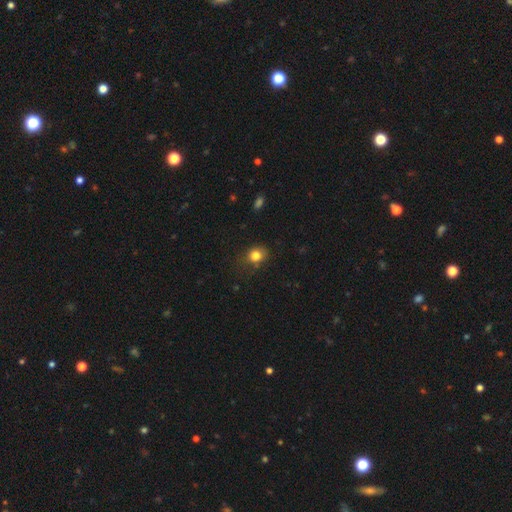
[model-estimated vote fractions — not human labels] smooth_or_featured: smooth (p=0.81) [alt: star or artifact p=0.12]
how_rounded: round (p=0.64) [alt: in between p=0.35]
merging: none (p=0.69) [alt: minor disturbance p=0.22]